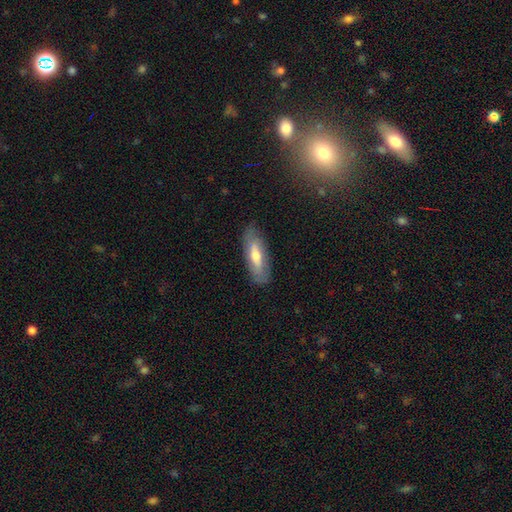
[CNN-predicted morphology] Smooth or featured? Predicted: smooth (p=0.48). Merging? Predicted: none (p=0.82).